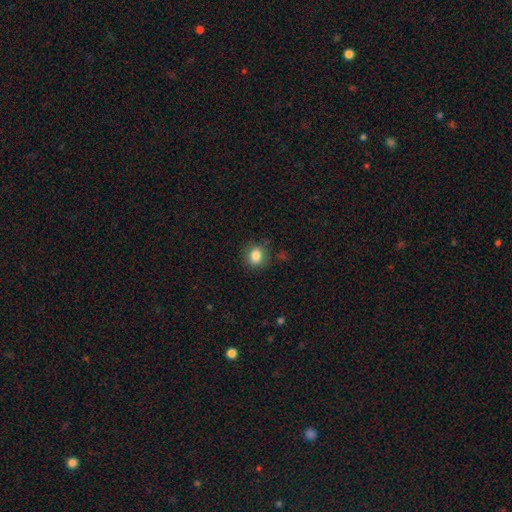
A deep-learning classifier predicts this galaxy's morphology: This appears to be a smooth galaxy with no disk features (84%) that is round (54%). Merging: none (79%).